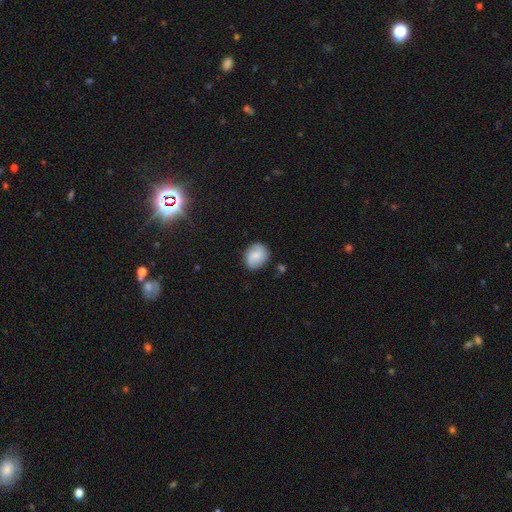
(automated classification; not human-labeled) smooth 66%, featured or disk 26%, star or artifact 8%. Down the decision tree: how rounded — round (62%); merging — none (75%).